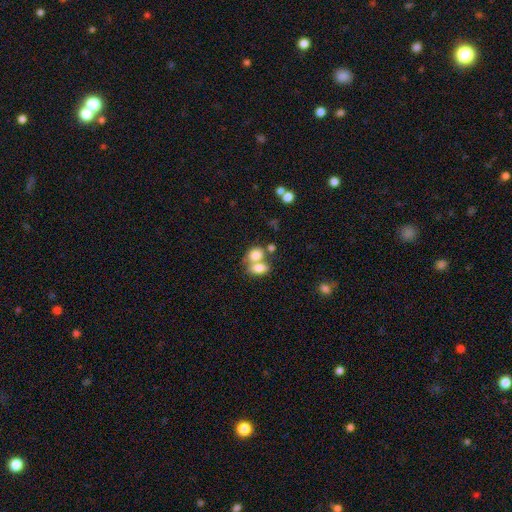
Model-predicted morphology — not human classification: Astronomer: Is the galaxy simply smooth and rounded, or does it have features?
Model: smooth — 78%.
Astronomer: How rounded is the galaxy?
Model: in between — 65%.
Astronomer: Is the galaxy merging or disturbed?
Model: merger — 58%.